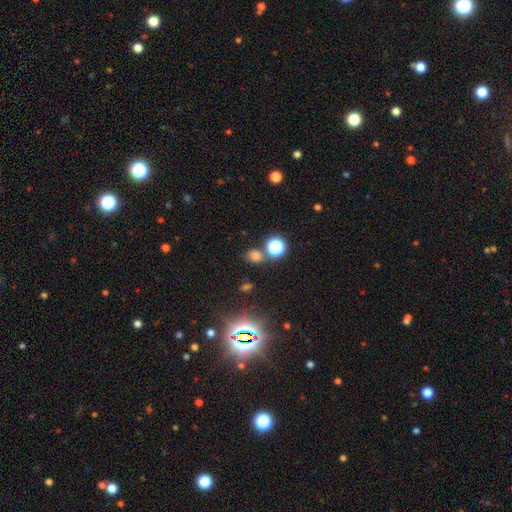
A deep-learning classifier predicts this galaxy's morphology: This is likely a smooth galaxy (66%). How rounded: possibly round (58%). Merging: likely none (74%).